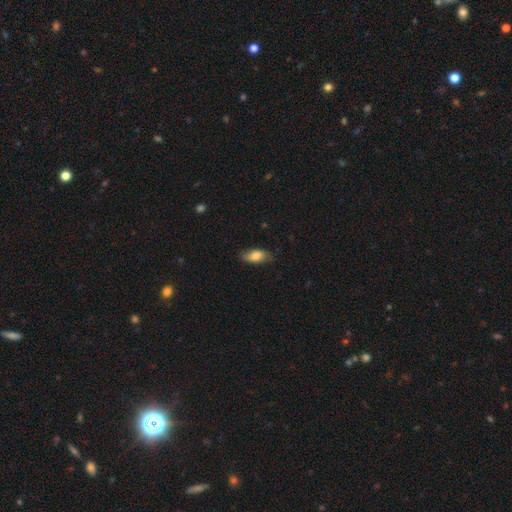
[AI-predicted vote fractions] Smooth or featured: smooth — 79% (featured or disk — 14%)
How rounded: in between — 88% (cigar-shaped — 8%)
Merging: none — 76% (minor disturbance — 20%)